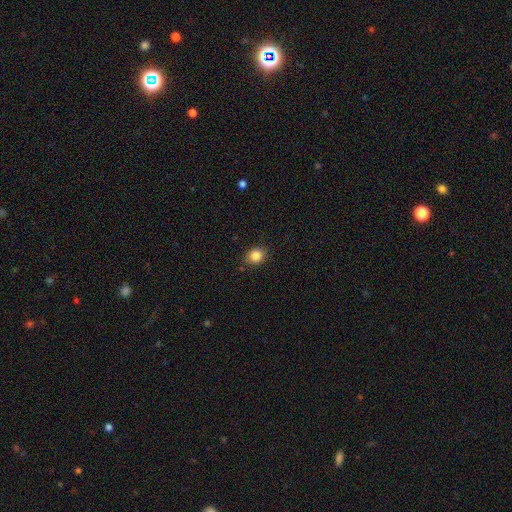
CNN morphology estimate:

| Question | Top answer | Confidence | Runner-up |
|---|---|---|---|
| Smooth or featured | smooth | 85% | star or artifact (10%) |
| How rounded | round | 63% | in between (36%) |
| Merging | none | 83% | minor disturbance (13%) |